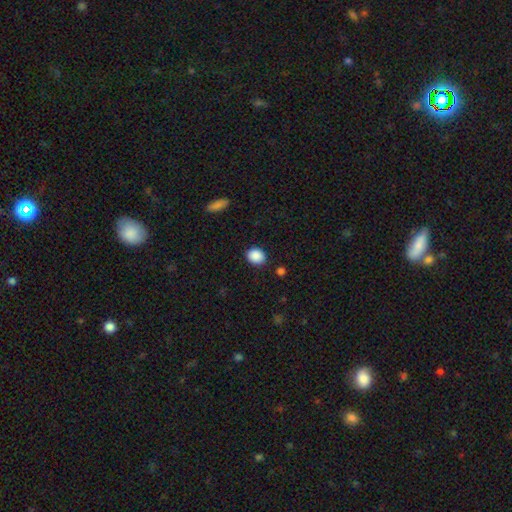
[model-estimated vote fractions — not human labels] A smooth galaxy with no disk features (89%) that is round (55%). Merging: none (88%).